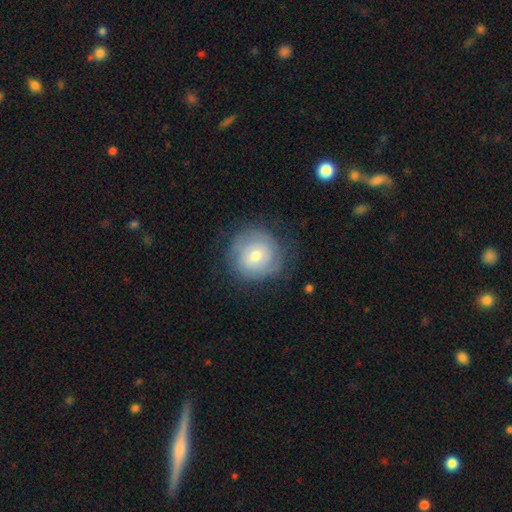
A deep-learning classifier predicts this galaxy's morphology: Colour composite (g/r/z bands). It shows a featured or disk galaxy (50%). Merging: none (78%).